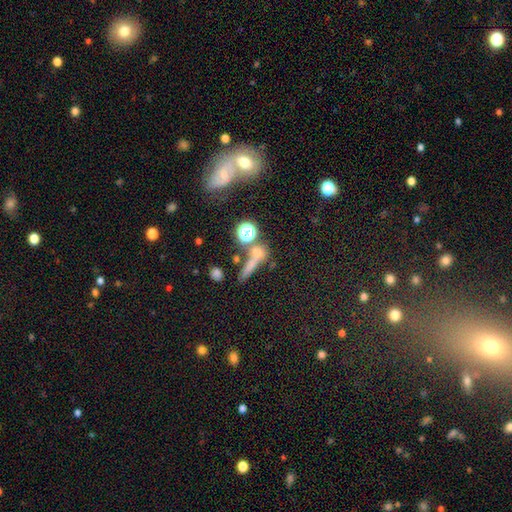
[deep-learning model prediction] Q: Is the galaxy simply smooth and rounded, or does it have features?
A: smooth — 56%.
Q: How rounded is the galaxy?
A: cigar-shaped — 45%.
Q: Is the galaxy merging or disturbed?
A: none — 54%.